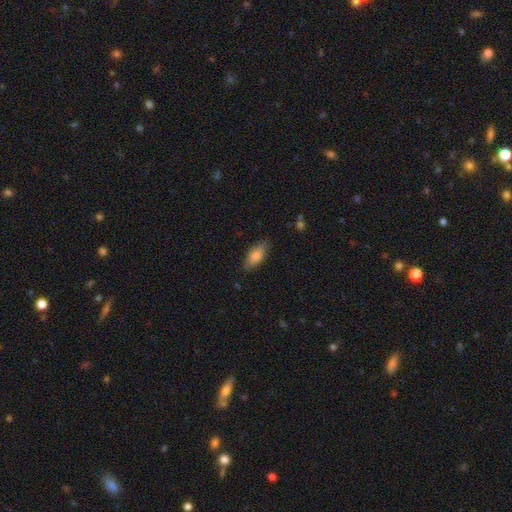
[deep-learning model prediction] smooth_or_featured: smooth (p=0.77) [alt: featured or disk p=0.16]
how_rounded: in between (p=0.81) [alt: cigar-shaped p=0.16]
merging: none (p=0.80) [alt: minor disturbance p=0.16]